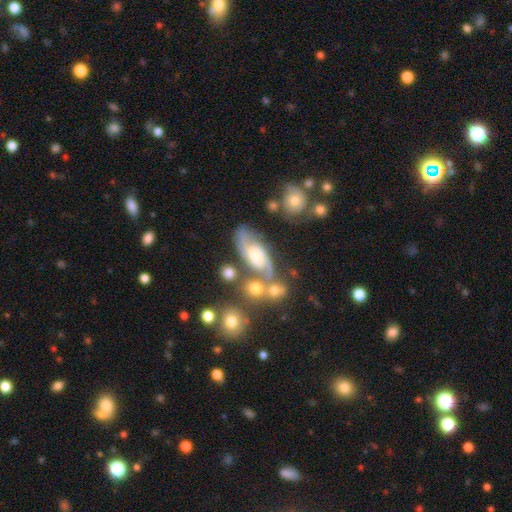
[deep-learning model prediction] This appears to be a featured or disk galaxy (76%) with no bar (55%), 2 (74%) medium (51%) spiral arms (92%) and a moderate central bulge (53%). Merging: none (51%).